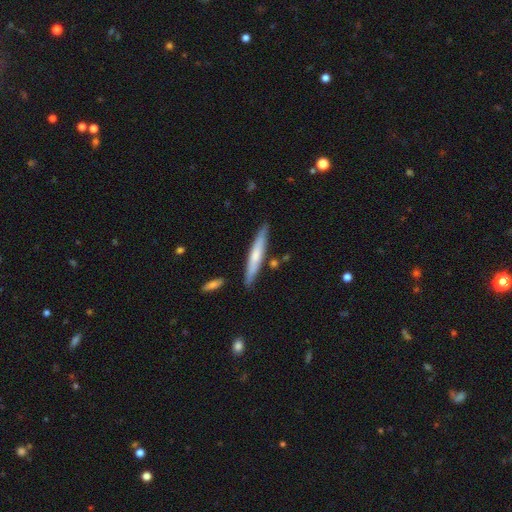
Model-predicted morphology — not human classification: A smooth galaxy with no disk features (57%) that is cigar-shaped (93%).

Vote fractions:
- Smooth or featured? smooth: 57% / featured or disk: 38% / star or artifact: 5%
- How rounded? cigar-shaped: 93% / in between: 6% / round: 1%
- Merging? none: 83% / minor disturbance: 12% / merger: 3% / major disturbance: 2%